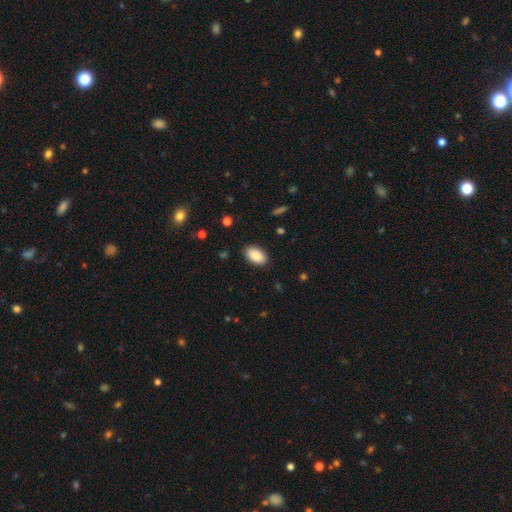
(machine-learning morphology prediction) Q: Smooth or featured?
A: smooth (90%); runner-up: star or artifact (6%)
Q: How rounded?
A: in between (94%); runner-up: round (4%)
Q: Merging?
A: none (88%); runner-up: minor disturbance (9%)